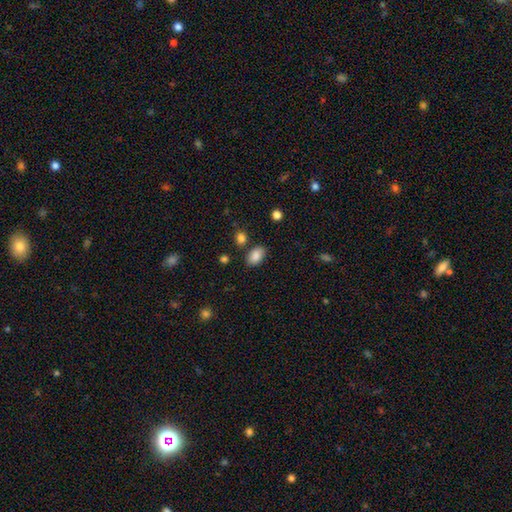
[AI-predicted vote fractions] smooth 87%, star or artifact 8%, featured or disk 5%. Down the decision tree: how rounded — in between (89%); merging — none (80%).